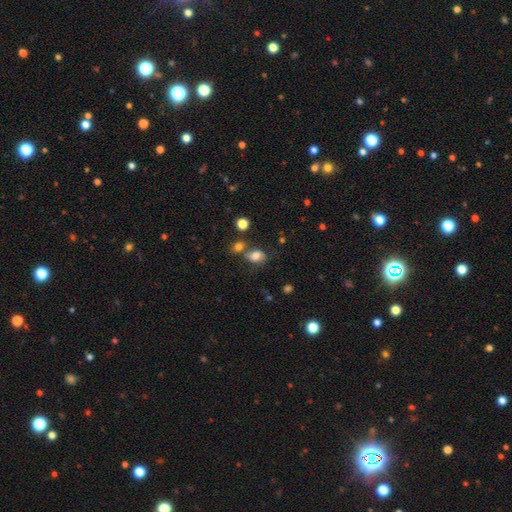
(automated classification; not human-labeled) smooth-or-featured: smooth: 73% | featured or disk: 15% | star or artifact: 12%
  how-rounded: in between: 69% | round: 29% | cigar-shaped: 2%
  merging: none: 45% | merger: 26% | minor disturbance: 19% | major disturbance: 9%